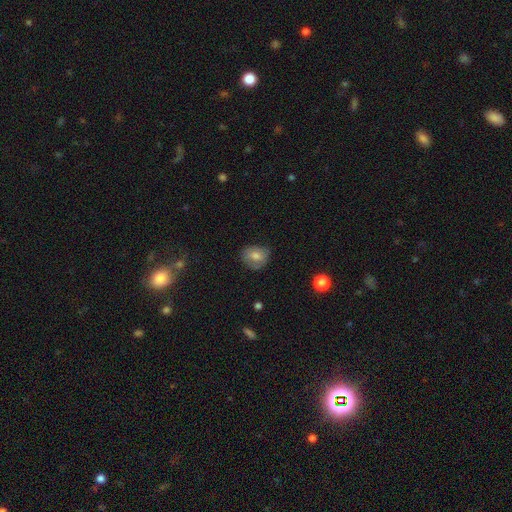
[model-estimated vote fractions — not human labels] A smooth galaxy with no disk features (68%) that is round (62%).

Vote fractions:
- Smooth or featured? smooth: 68% / featured or disk: 21% / star or artifact: 11%
- How rounded? round: 62% / in between: 37% / cigar-shaped: 1%
- Merging? none: 71% / minor disturbance: 22% / major disturbance: 5% / merger: 1%